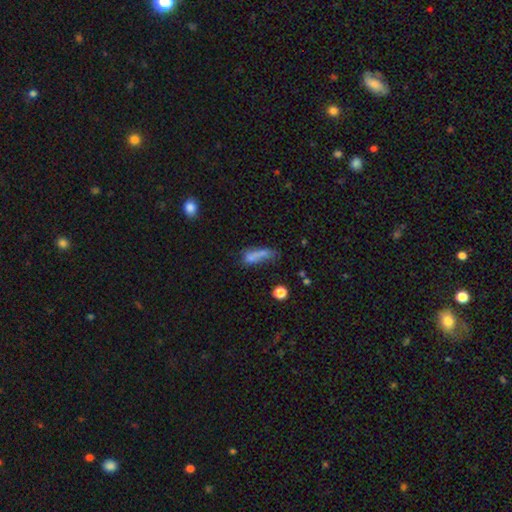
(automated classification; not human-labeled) smooth-or-featured: smooth: 68% | featured or disk: 19% | star or artifact: 13%
  how-rounded: cigar-shaped: 47% (tied) | in between: 47% (tied) | round: 6%
  merging: none: 32% | major disturbance: 25% | minor disturbance: 23% | merger: 19%